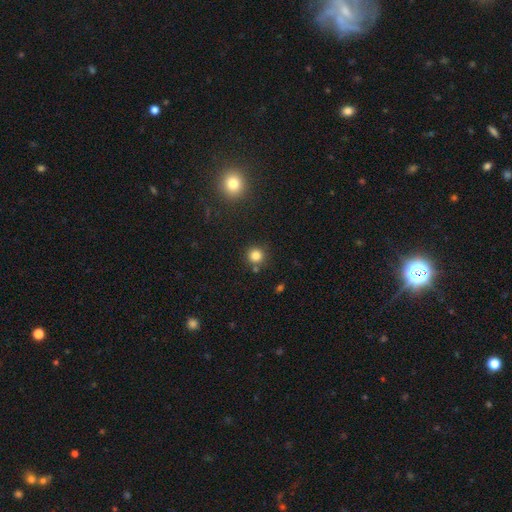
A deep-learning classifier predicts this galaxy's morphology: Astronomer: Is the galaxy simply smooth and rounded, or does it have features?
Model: smooth — 82%.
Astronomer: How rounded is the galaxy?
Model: round — 93%.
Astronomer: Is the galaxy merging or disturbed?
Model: none — 80%.